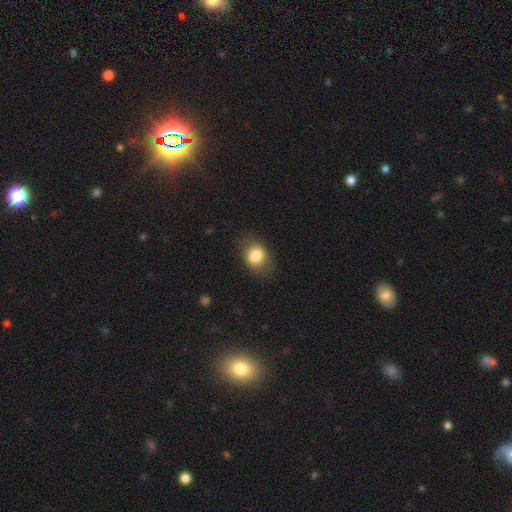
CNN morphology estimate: smooth-or-featured: smooth: 81% | featured or disk: 10% | star or artifact: 9%
  how-rounded: in between: 56% | round: 43% | cigar-shaped: 1%
  merging: none: 77% | minor disturbance: 16% | major disturbance: 6% | merger: 1%